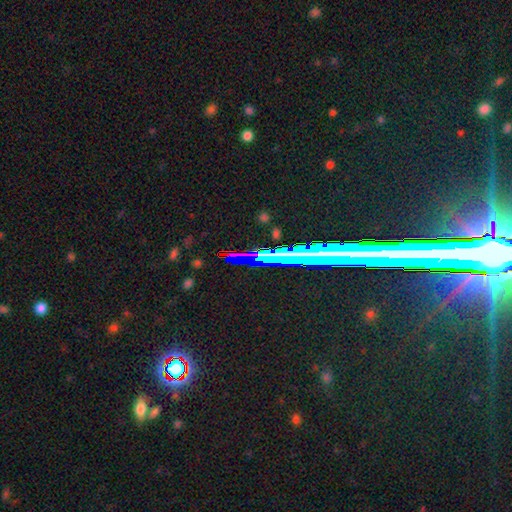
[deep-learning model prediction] smooth_or_featured: star or artifact (p=0.74) [alt: featured or disk p=0.14]